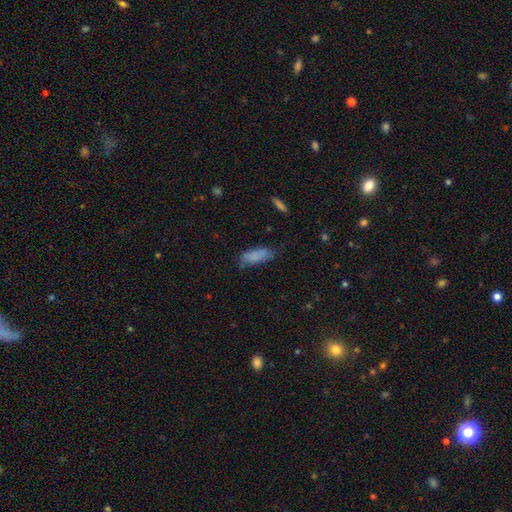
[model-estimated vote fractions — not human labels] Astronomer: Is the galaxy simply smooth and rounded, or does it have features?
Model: smooth — 82%.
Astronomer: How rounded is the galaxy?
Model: in between — 70%.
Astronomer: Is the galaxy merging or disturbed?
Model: none — 61%.